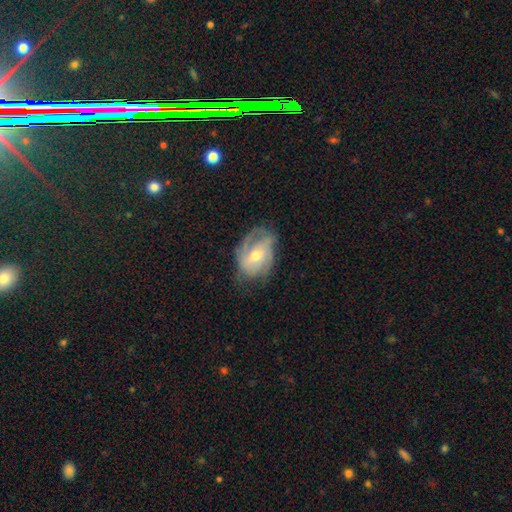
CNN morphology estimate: A featured or disk galaxy (71%) with no bar (61%), 2 (35%) tight (46%) spiral arms (86%) and a moderate central bulge (58%).

Vote fractions:
- Smooth or featured? featured or disk: 71% / smooth: 22% / star or artifact: 6%
- Edge-on disk? no: 96% / yes: 4%
- Bar? no: 61% / weak: 31% / strong: 8%
- Spiral arms? yes: 86% / no: 14%
- Spiral winding? tight: 46% / medium: 38% / loose: 16%
- Spiral arm count? 2: 35% / can't tell: 30% / 3: 19% / 1: 9% / 4: 4% / more than 4: 3%
- Bulge size? moderate: 58% / small: 38% / large: 3% / none: 1% / dominant: 1%
- Merging? none: 56% / minor disturbance: 28% / major disturbance: 15% / merger: 1%